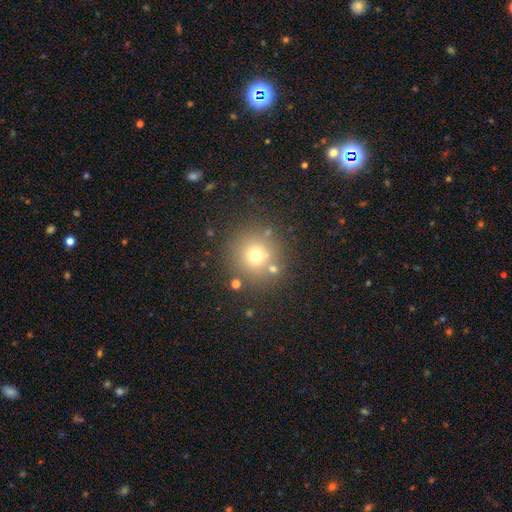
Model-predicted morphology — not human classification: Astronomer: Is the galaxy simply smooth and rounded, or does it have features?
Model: smooth — 67%.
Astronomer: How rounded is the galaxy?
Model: round — 93%.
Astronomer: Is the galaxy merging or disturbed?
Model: none — 79%.